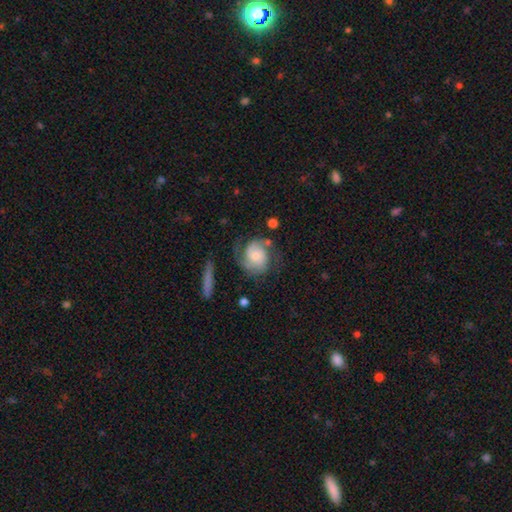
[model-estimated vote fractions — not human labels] A featured or disk galaxy (67%) with no bar (69%), 2 (69%) medium (44%) spiral arms (93%) and a small central bulge (37%). Merging: none (53%).